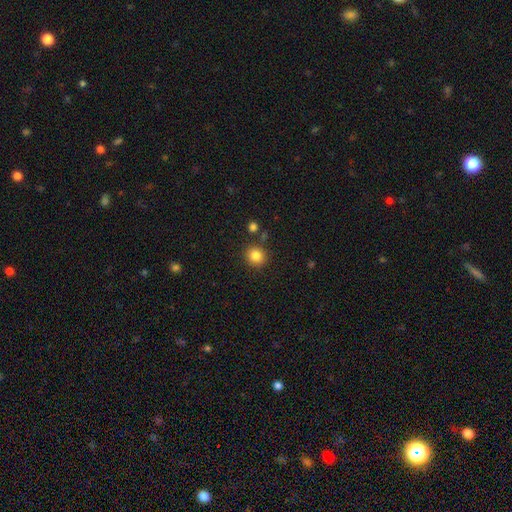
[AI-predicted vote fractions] smooth-or-featured: smooth: 84% | star or artifact: 11% | featured or disk: 5%
  how-rounded: round: 85% | in between: 14% | cigar-shaped: 1%
  merging: none: 85% | minor disturbance: 8% | merger: 5% | major disturbance: 3%